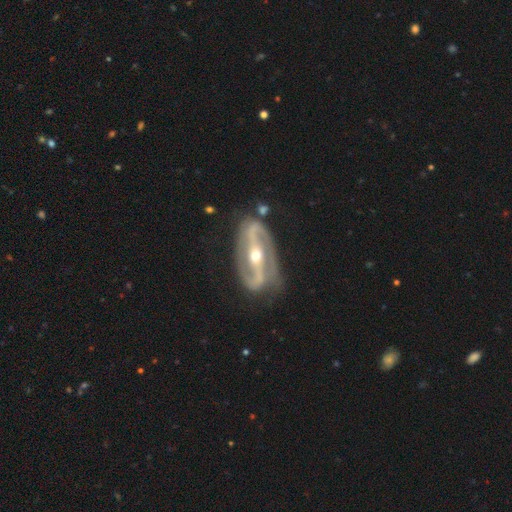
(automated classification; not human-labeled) smooth-or-featured: featured or disk: 90% | smooth: 5% | star or artifact: 5%
  disk-edge-on: no: 93% | yes: 7%
    bar: strong: 66% | weak: 19% | no: 15%
    has-spiral-arms: yes: 95% | no: 5%
      spiral-winding: medium: 47% | tight: 28% | loose: 26%
      spiral-arm-count: 2: 91% | can't tell: 3% | 3: 2% | 1: 2% | 4: 1% | more than 4: 1%
    bulge-size: moderate: 58% | small: 37% | large: 3% | dominant: 1% | none: 1%
  merging: none: 75% | minor disturbance: 16% | major disturbance: 7% | merger: 2%